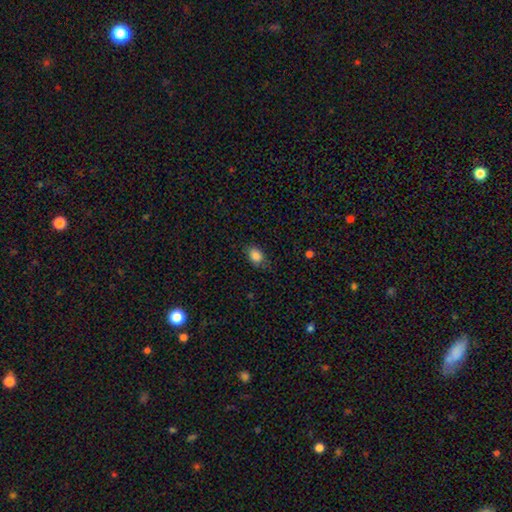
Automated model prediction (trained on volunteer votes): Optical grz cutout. It shows a smooth galaxy with no disk features (86%) that is in between round and cigar-shaped (75%). Merging: none (73%).